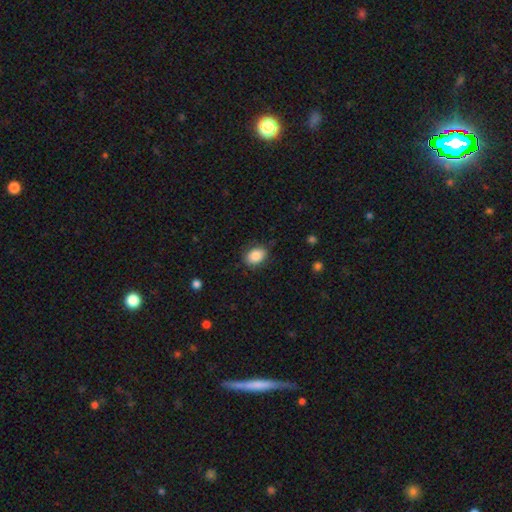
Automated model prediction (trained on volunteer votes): Smooth or featured? Predicted: smooth (p=0.85). How rounded? Predicted: in between (p=0.76). Merging? Predicted: none (p=0.83).